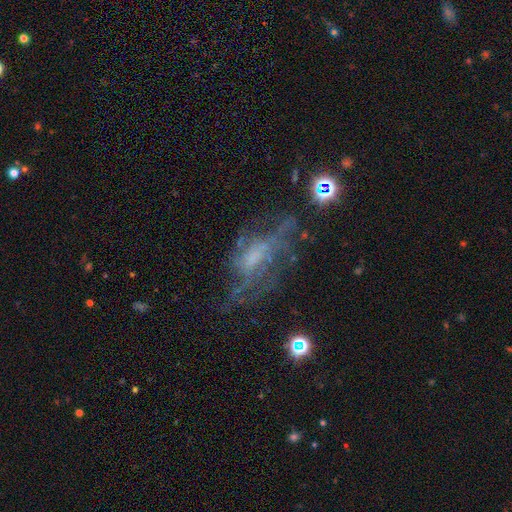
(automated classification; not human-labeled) Smooth or featured?
  - featured or disk: 66% *
  - star or artifact: 18%
  - smooth: 16%
Edge-on disk?
  - no: 92% *
  - yes: 8%
Bar?
  - no: 61% *
  - weak: 31%
  - strong: 8%
Spiral arms?
  - yes: 63% *
  - no: 37%
Bulge size?
  - none: 36% *
  - small: 32%
  - moderate: 26%
  - large: 5%
  - dominant: 1%
Merging?
  - none: 47% *
  - major disturbance: 30%
  - minor disturbance: 20%
  - merger: 4%